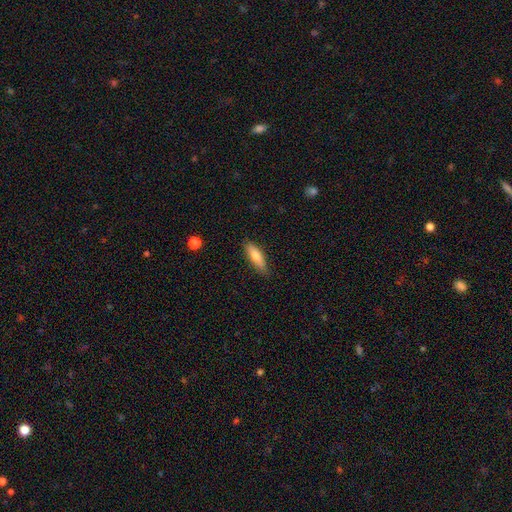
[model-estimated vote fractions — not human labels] Smooth or featured? Predicted: smooth (p=0.76). How rounded? Predicted: cigar-shaped (p=0.54). Merging? Predicted: none (p=0.83).